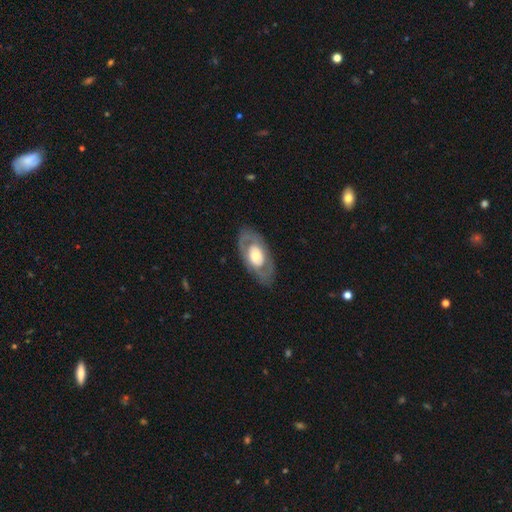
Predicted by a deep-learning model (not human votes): This appears to be a featured or disk galaxy (65%) with no bar (79%), no spiral arms (61%) and a moderate central bulge (52%). Merging: none (81%).